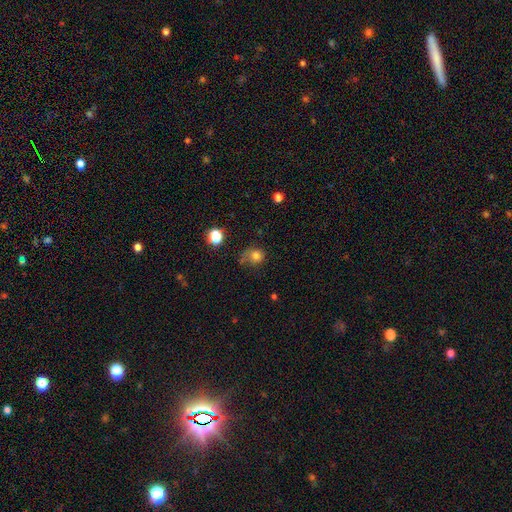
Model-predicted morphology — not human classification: Smooth or featured? smooth (77%)
How rounded? round (75%)
Merging? none (47%)